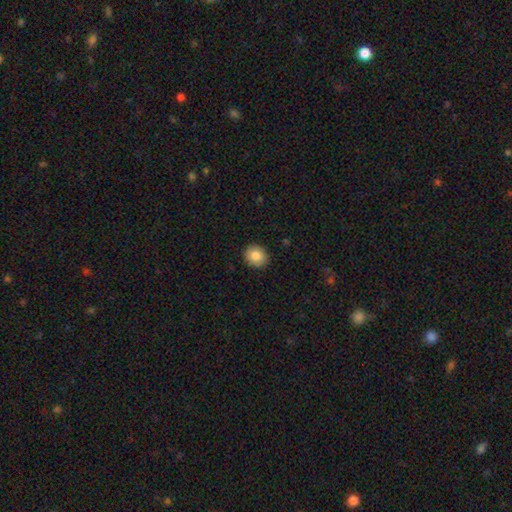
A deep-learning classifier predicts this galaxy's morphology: Q: Smooth or featured?
A: smooth (84%); runner-up: star or artifact (9%)
Q: How rounded?
A: round (72%); runner-up: in between (27%)
Q: Merging?
A: none (91%); runner-up: minor disturbance (6%)